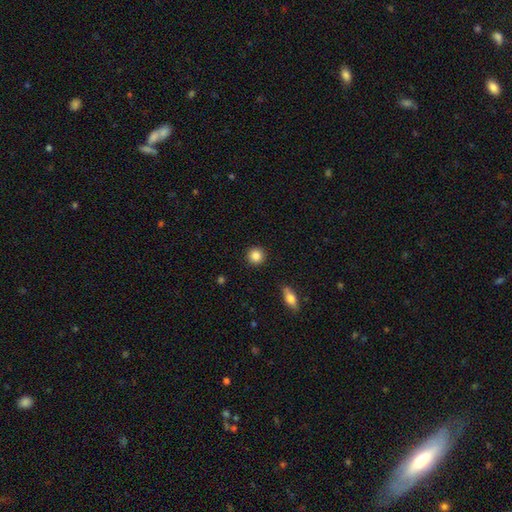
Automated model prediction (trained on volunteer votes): Smooth or featured?
  - smooth: 85% *
  - star or artifact: 9%
  - featured or disk: 5%
How rounded?
  - round: 94% *
  - in between: 5%
  - cigar-shaped: 1%
Merging?
  - none: 91% *
  - minor disturbance: 5%
  - major disturbance: 2%
  - merger: 1%